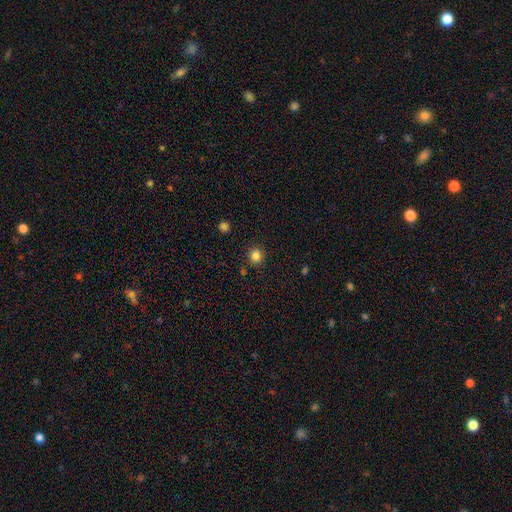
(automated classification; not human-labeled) Q: Smooth or featured?
A: smooth (84%); runner-up: star or artifact (12%)
Q: How rounded?
A: round (89%); runner-up: in between (11%)
Q: Merging?
A: none (89%); runner-up: minor disturbance (7%)